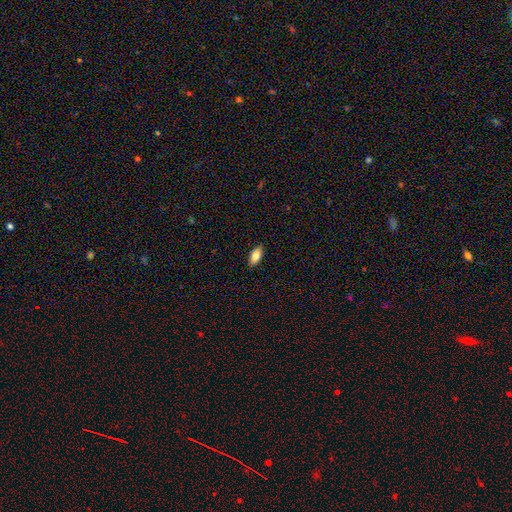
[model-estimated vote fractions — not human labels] This appears to be a smooth galaxy with no disk features (80%) that is in between round and cigar-shaped (89%). Merging: none (89%).